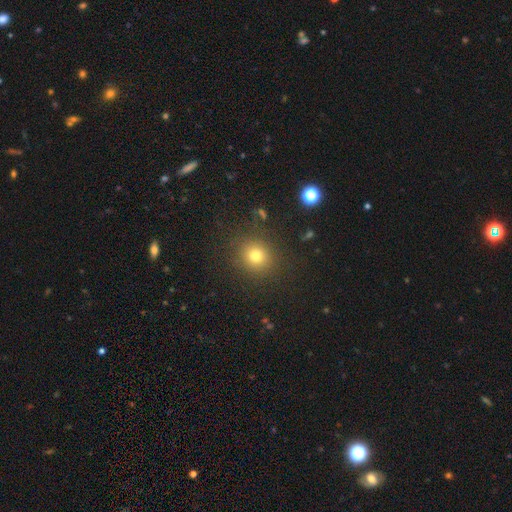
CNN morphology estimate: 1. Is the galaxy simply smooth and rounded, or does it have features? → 77% smooth, 16% star or artifact, 7% featured or disk.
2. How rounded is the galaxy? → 87% round, 12% in between, 1% cigar-shaped.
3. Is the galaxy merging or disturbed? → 88% none, 8% minor disturbance, 3% major disturbance, 2% merger.